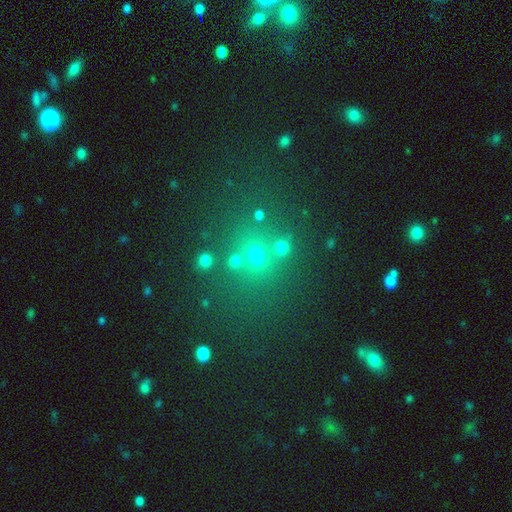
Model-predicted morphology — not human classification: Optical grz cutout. It shows a smooth galaxy with no disk features (55%) that is round (83%). Merging: none (66%).